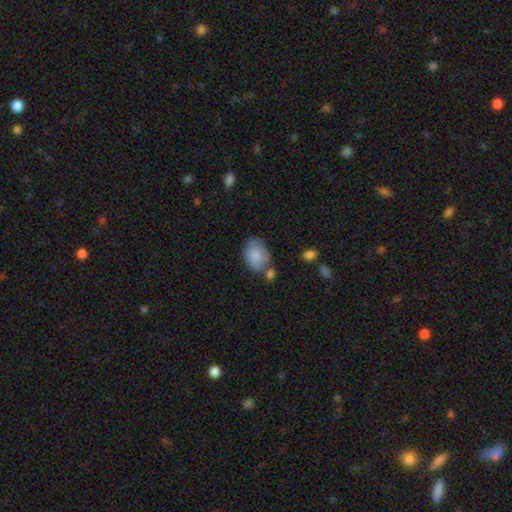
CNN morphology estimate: A smooth galaxy with no disk features (84%) that is in between round and cigar-shaped (77%). Merging: none (57%).